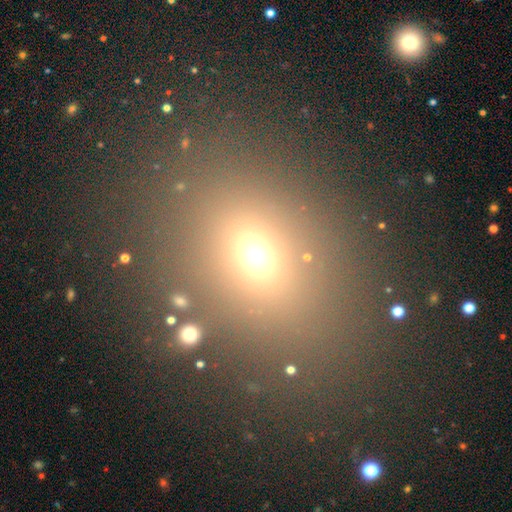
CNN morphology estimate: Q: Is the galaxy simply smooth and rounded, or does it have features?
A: smooth — 62%.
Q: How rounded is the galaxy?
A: round — 51%.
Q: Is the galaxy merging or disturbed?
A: none — 80%.